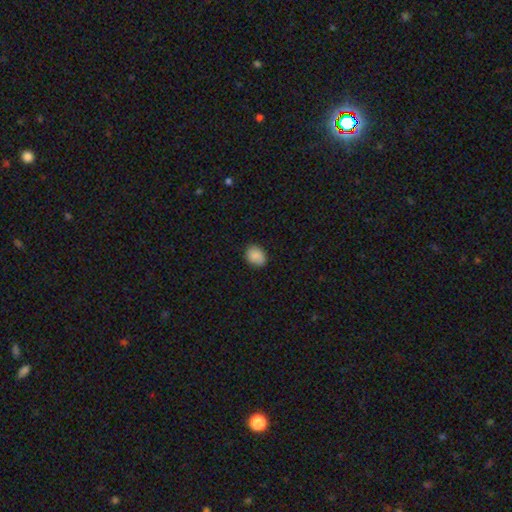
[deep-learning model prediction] Morphology: type=smooth (87%); roundness=in between (57%); merging=none (83%).